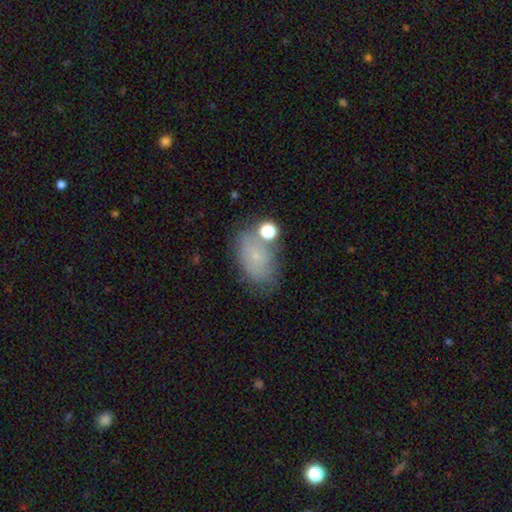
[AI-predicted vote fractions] This is likely a smooth galaxy (67%). How rounded: clearly in between (85%). Merging: possibly none (56%).